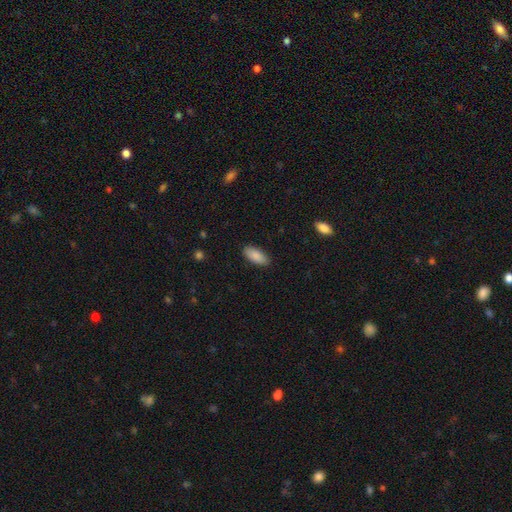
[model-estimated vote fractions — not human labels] This is clearly a smooth galaxy (88%). How rounded: clearly in between (87%). Merging: clearly none (88%).